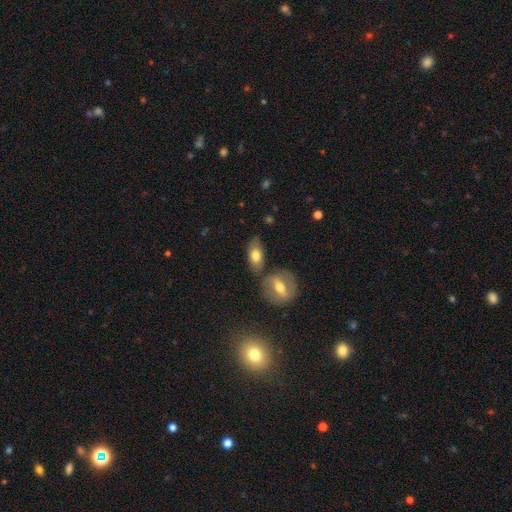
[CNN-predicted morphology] Smooth or featured?
  - smooth: 71% *
  - featured or disk: 23%
  - star or artifact: 7%
How rounded?
  - in between: 87% *
  - round: 6%
  - cigar-shaped: 6%
Merging?
  - none: 68% *
  - merger: 15%
  - minor disturbance: 14%
  - major disturbance: 4%